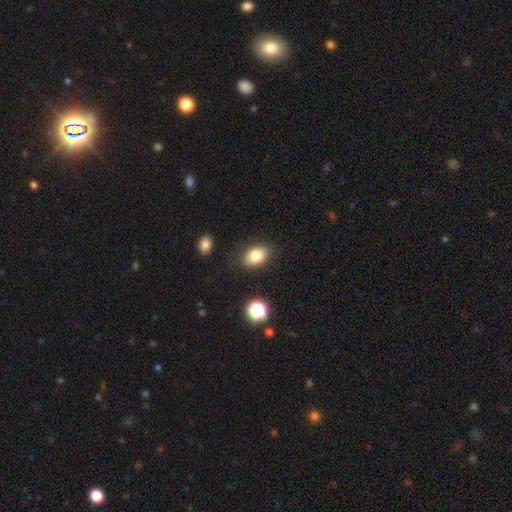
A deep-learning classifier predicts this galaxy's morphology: smooth_or_featured: smooth (p=0.81) [alt: star or artifact p=0.10]
how_rounded: in between (p=0.80) [alt: round p=0.19]
merging: none (p=0.84) [alt: minor disturbance p=0.11]